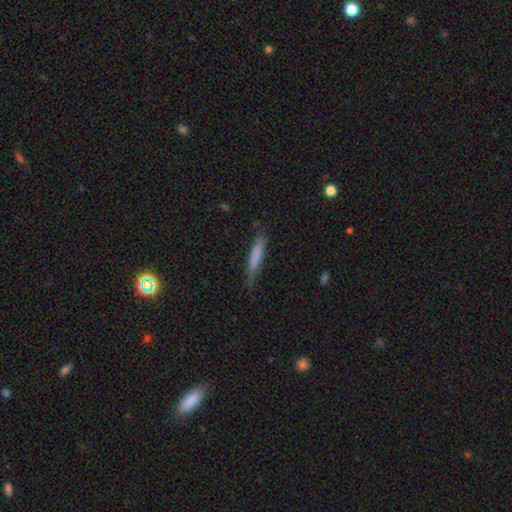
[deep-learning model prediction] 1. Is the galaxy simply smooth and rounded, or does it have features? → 74% smooth, 19% featured or disk, 7% star or artifact.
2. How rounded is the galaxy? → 90% cigar-shaped, 8% in between, 1% round.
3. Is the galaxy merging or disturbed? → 72% none, 22% minor disturbance, 5% major disturbance, 2% merger.